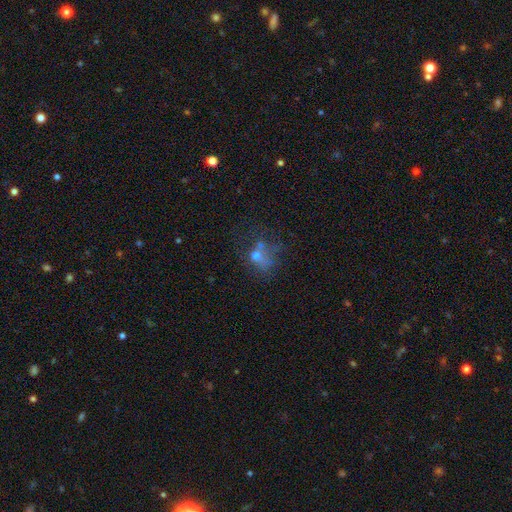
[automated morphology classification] Smooth or featured? smooth (49%)
Merging? none (40%)